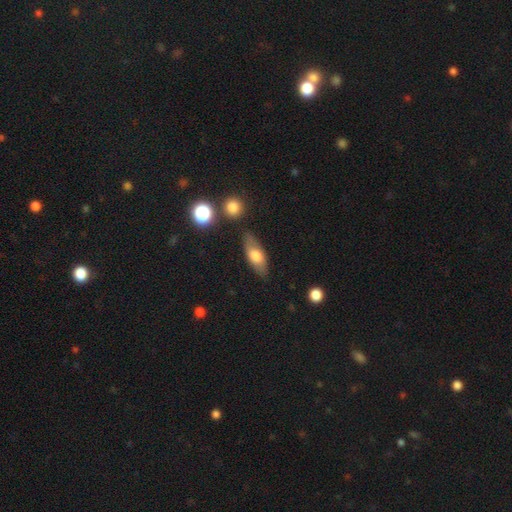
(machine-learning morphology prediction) Smooth or featured?
  - smooth: 64% *
  - featured or disk: 29%
  - star or artifact: 7%
How rounded?
  - in between: 75% *
  - cigar-shaped: 21%
  - round: 5%
Merging?
  - none: 76% *
  - minor disturbance: 16%
  - merger: 4%
  - major disturbance: 4%